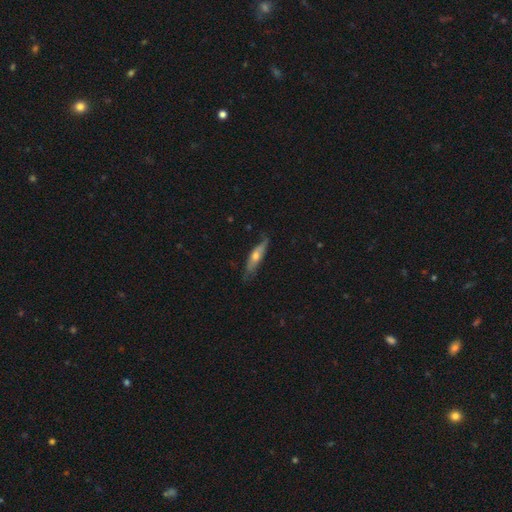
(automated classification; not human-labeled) Overall: featured or disk (49%; smooth 45%). Merging: none (68%).